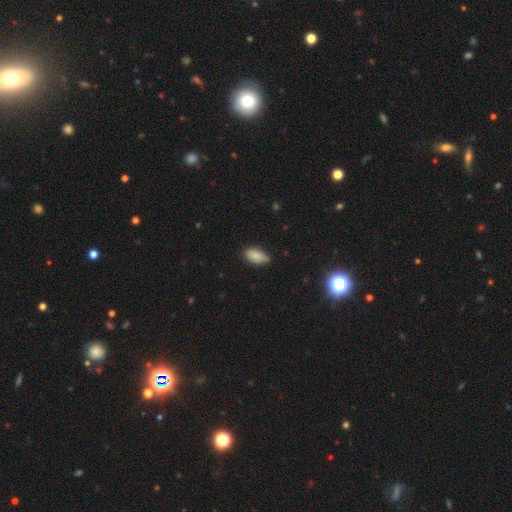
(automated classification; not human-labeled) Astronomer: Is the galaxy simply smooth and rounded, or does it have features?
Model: smooth — 86%.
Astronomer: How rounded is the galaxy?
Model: in between — 91%.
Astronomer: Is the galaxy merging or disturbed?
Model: none — 76%.